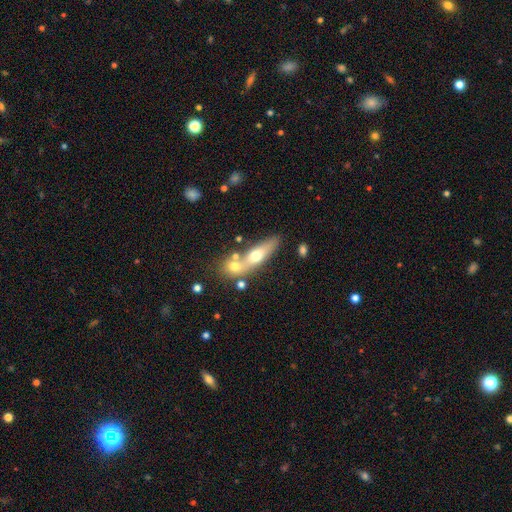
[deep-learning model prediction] Smooth or featured?
  - smooth: 55% *
  - featured or disk: 37%
  - star or artifact: 7%
How rounded?
  - cigar-shaped: 56% *
  - in between: 39%
  - round: 5%
Merging?
  - none: 49% *
  - merger: 34%
  - minor disturbance: 12%
  - major disturbance: 5%